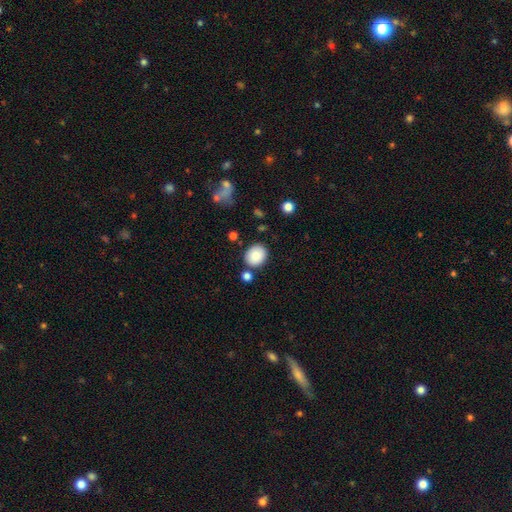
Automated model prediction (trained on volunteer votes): This is clearly a smooth galaxy (86%). How rounded: likely round (68%). Merging: likely none (78%).